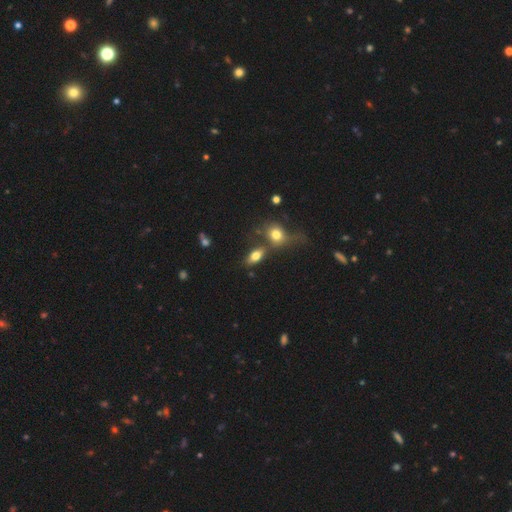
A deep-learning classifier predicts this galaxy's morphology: Smooth or featured: smooth — 73% (featured or disk — 17%)
How rounded: in between — 81% (round — 11%)
Merging: none — 55% (merger — 24%)